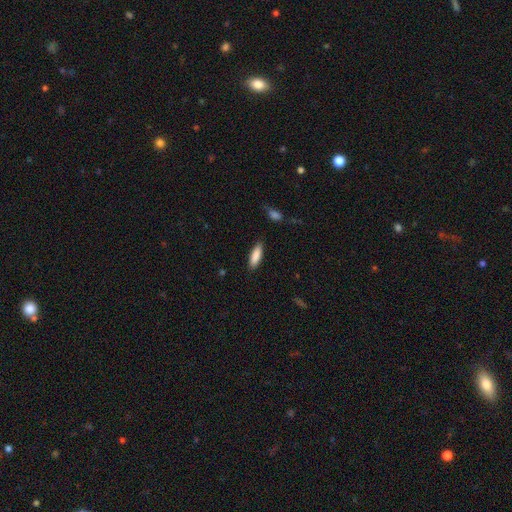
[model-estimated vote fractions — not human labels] Morphology: type=smooth (87%); roundness=in between (51%); merging=none (86%).